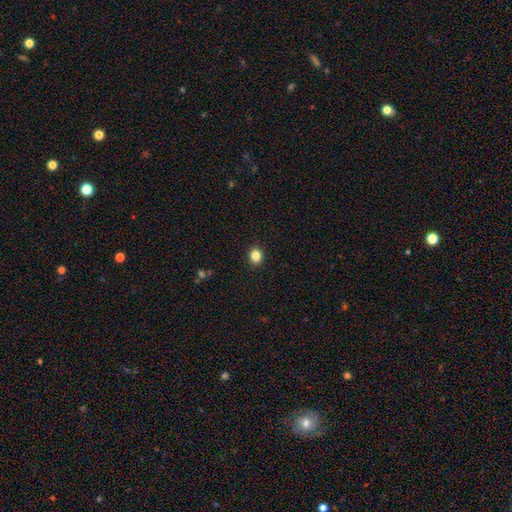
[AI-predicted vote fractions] Morphology: type=smooth (84%); roundness=round (72%); merging=none (91%).